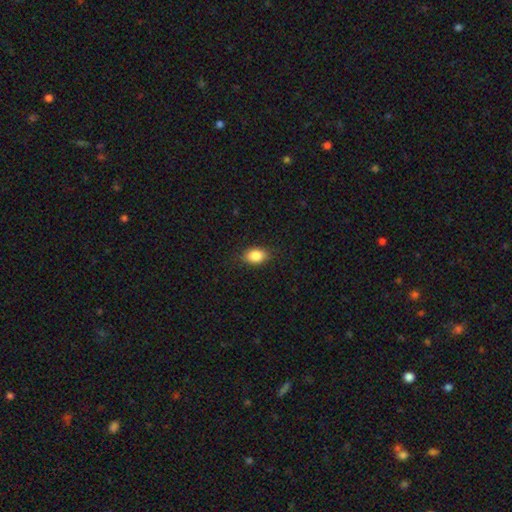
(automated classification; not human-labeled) Smooth or featured? Predicted: smooth (p=0.86). How rounded? Predicted: in between (p=0.82). Merging? Predicted: none (p=0.86).